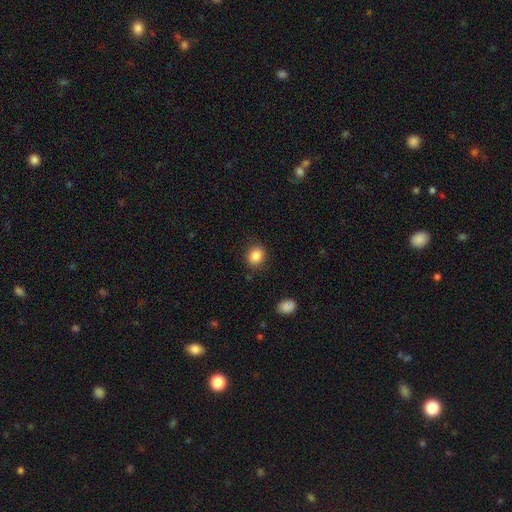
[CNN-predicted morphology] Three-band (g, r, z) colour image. It shows a smooth galaxy with no disk features (86%) that is round (70%). Merging: none (85%).